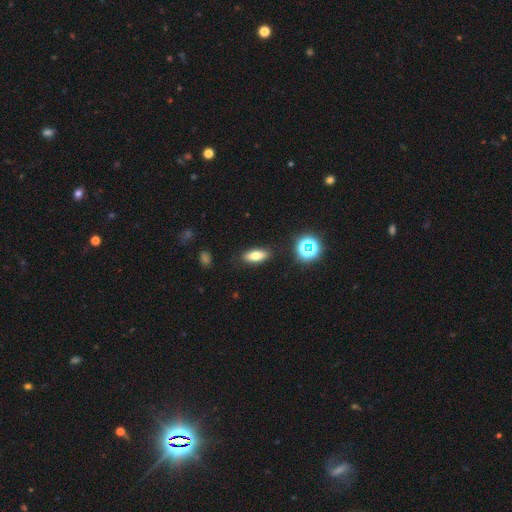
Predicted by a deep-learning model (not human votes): Smooth or featured? smooth (72%)
How rounded? in between (74%)
Merging? none (87%)